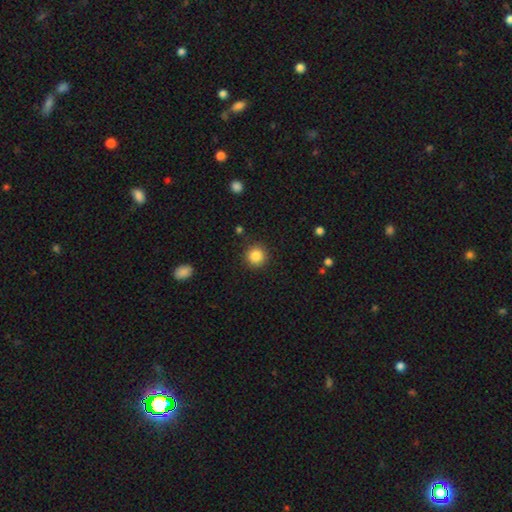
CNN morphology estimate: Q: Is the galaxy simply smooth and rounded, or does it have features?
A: smooth — 86%.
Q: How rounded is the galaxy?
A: round — 94%.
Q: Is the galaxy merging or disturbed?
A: none — 90%.